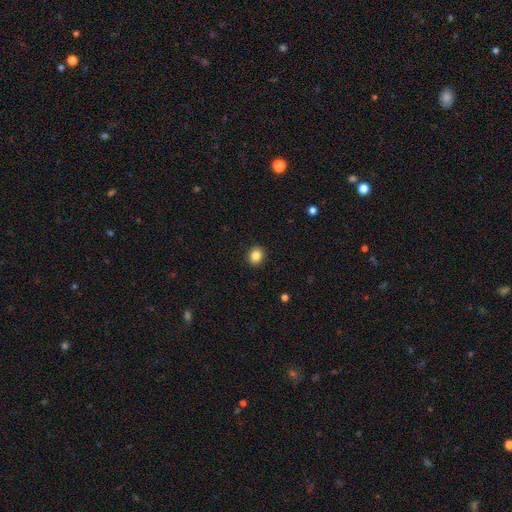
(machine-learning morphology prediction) Smooth or featured?
  - smooth: 86% *
  - star or artifact: 10%
  - featured or disk: 5%
How rounded?
  - round: 67% *
  - in between: 32%
  - cigar-shaped: 1%
Merging?
  - none: 91% *
  - minor disturbance: 6%
  - major disturbance: 2%
  - merger: 1%